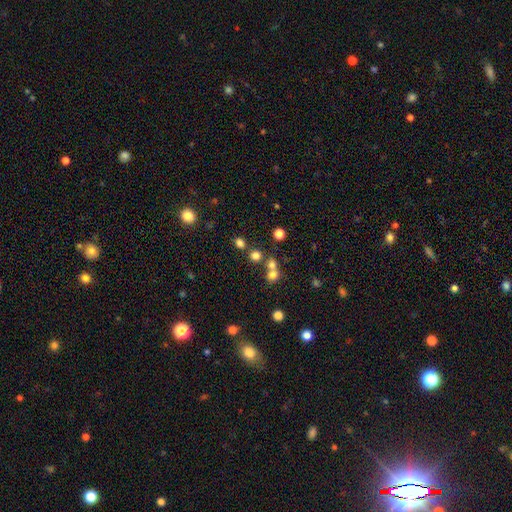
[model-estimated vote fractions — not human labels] Smooth or featured?
  - smooth: 71% *
  - star or artifact: 21%
  - featured or disk: 8%
How rounded?
  - round: 85% *
  - in between: 14%
  - cigar-shaped: 1%
Merging?
  - none: 63% *
  - merger: 27%
  - minor disturbance: 7%
  - major disturbance: 3%